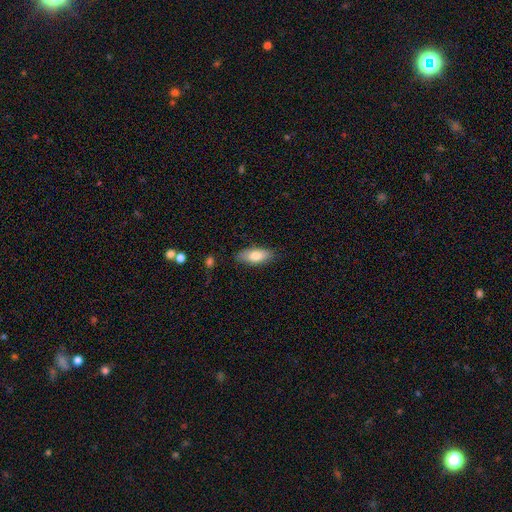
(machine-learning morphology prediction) smooth_or_featured: smooth (p=0.76) [alt: featured or disk p=0.17]
how_rounded: in between (p=0.82) [alt: cigar-shaped p=0.15]
merging: none (p=0.84) [alt: minor disturbance p=0.12]